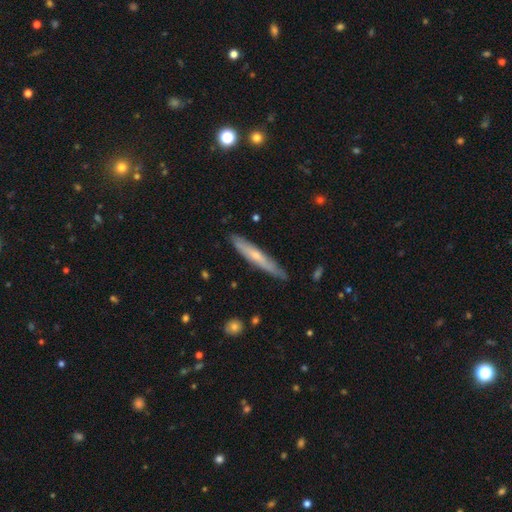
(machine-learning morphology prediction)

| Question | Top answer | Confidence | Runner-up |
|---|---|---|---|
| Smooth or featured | featured or disk | 51% | smooth (43%) |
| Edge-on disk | yes | 85% | no (15%) |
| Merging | none | 82% | minor disturbance (15%) |